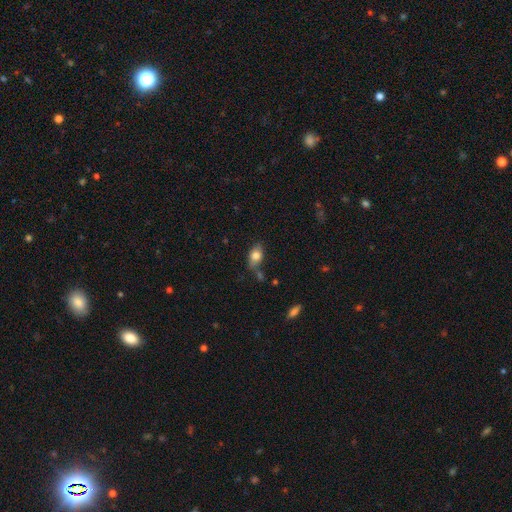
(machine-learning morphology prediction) A smooth galaxy with no disk features (78%) that is in between round and cigar-shaped (83%). Merging: none (59%).